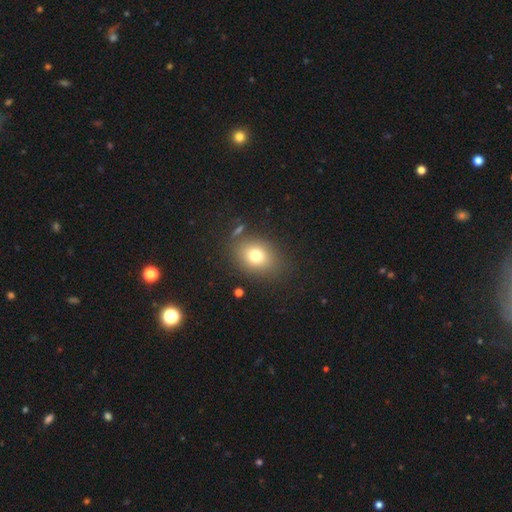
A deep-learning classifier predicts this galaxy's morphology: Smooth or featured? Predicted: smooth (p=0.76). How rounded? Predicted: in between (p=0.57). Merging? Predicted: none (p=0.79).